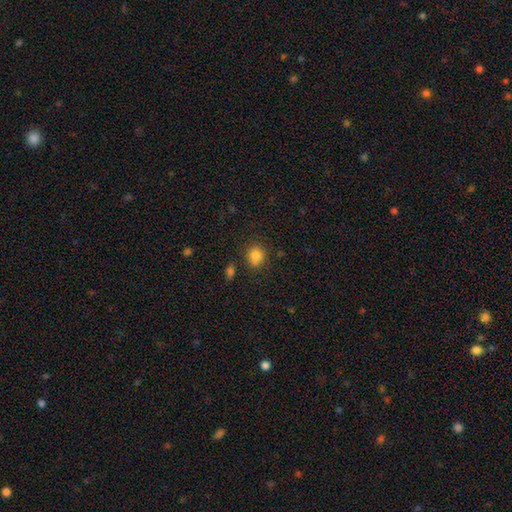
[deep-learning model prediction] Morphology: type=smooth (83%); roundness=round (73%); merging=none (76%).